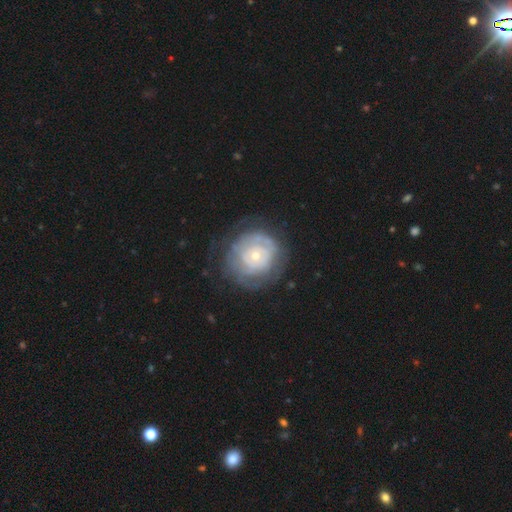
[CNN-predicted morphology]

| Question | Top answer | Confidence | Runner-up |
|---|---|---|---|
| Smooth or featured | featured or disk | 67% | smooth (26%) |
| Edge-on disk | no | 97% | yes (3%) |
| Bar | no | 85% | weak (12%) |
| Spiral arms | yes | 62% | no (38%) |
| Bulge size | small | 62% | moderate (33%) |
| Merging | none | 69% | minor disturbance (17%) |